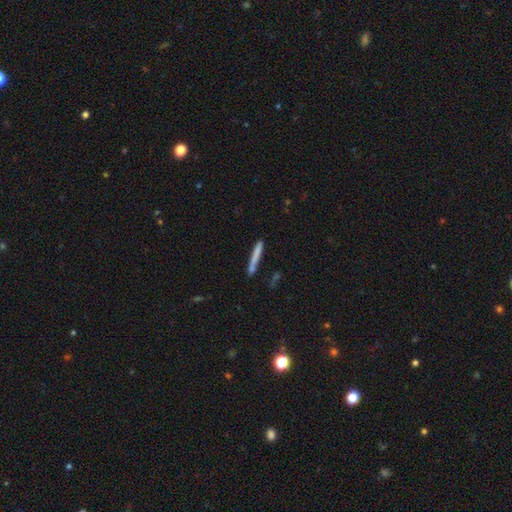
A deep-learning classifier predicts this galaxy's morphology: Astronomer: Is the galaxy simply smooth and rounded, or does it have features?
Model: smooth — 69%.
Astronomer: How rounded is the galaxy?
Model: cigar-shaped — 96%.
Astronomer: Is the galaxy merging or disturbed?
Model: none — 80%.